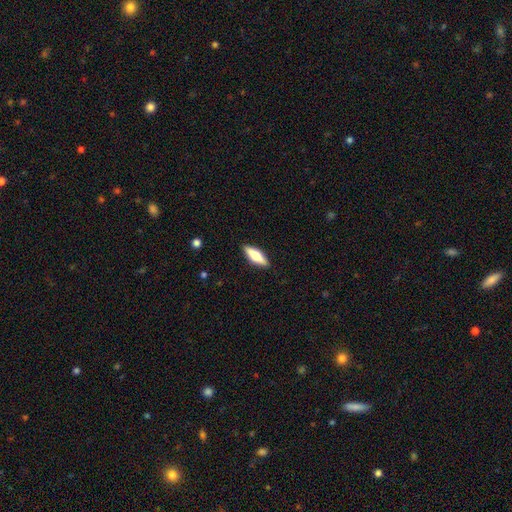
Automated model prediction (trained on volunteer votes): Smooth or featured: smooth — 53% (featured or disk — 41%)
How rounded: in between — 51% (cigar-shaped — 47%)
Merging: none — 89% (minor disturbance — 8%)